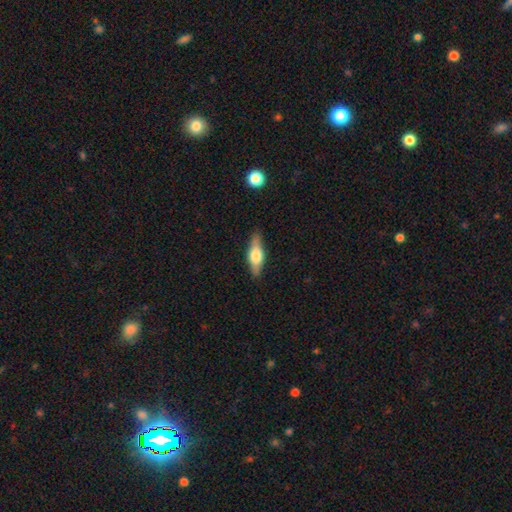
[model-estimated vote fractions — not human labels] Smooth or featured: smooth — 52% (featured or disk — 42%)
How rounded: in between — 57% (cigar-shaped — 40%)
Merging: none — 86% (minor disturbance — 11%)